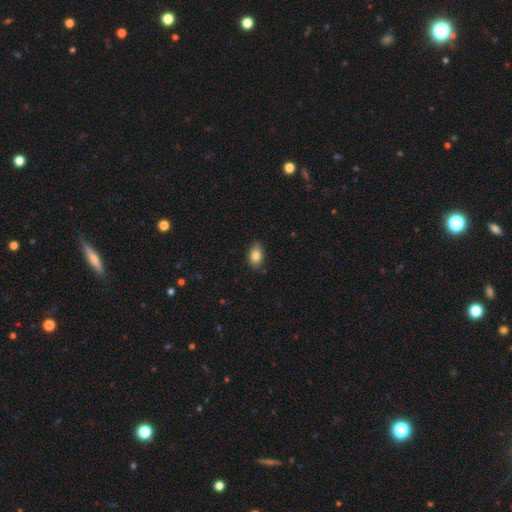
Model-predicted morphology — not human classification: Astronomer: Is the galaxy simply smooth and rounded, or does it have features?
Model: smooth — 83%.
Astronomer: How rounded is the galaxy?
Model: in between — 88%.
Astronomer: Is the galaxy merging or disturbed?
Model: none — 82%.